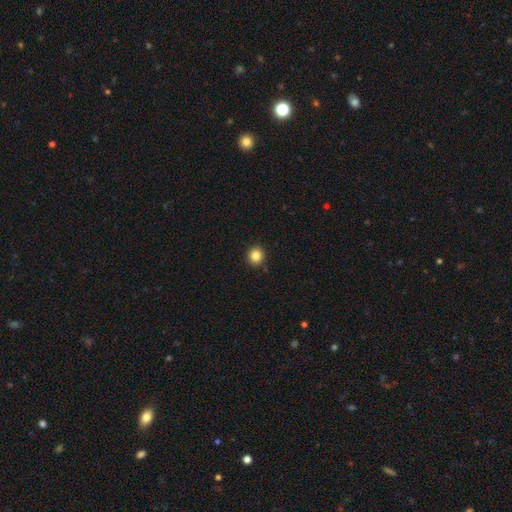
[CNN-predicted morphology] smooth_or_featured: smooth (p=0.84) [alt: star or artifact p=0.11]
how_rounded: round (p=0.91) [alt: in between p=0.08]
merging: none (p=0.91) [alt: minor disturbance p=0.06]